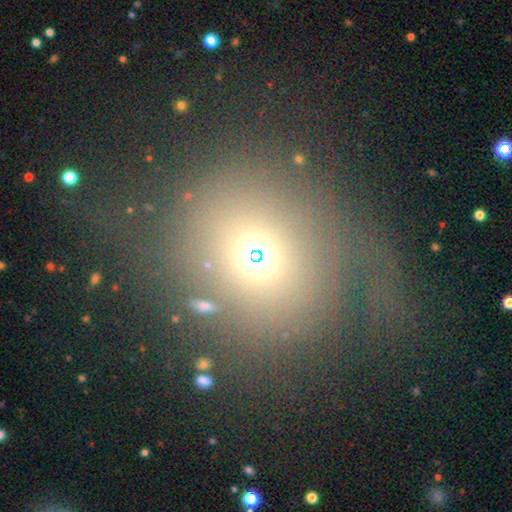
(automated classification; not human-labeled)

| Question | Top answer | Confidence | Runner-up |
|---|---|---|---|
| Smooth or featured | smooth | 63% | star or artifact (26%) |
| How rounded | round | 61% | in between (36%) |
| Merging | none | 76% | minor disturbance (10%) |